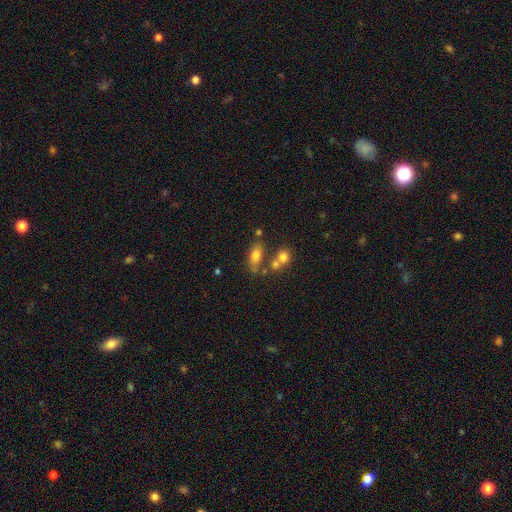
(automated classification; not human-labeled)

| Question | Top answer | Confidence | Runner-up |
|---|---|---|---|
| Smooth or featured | smooth | 72% | featured or disk (17%) |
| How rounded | in between | 78% | cigar-shaped (13%) |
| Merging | none | 56% | merger (22%) |